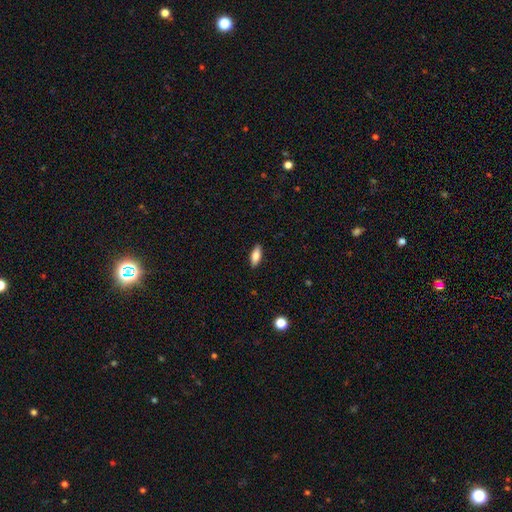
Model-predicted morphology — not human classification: Smooth or featured?
  - smooth: 76% *
  - featured or disk: 17%
  - star or artifact: 7%
How rounded?
  - in between: 75% *
  - cigar-shaped: 23%
  - round: 3%
Merging?
  - none: 89% *
  - minor disturbance: 8%
  - major disturbance: 2%
  - merger: 1%